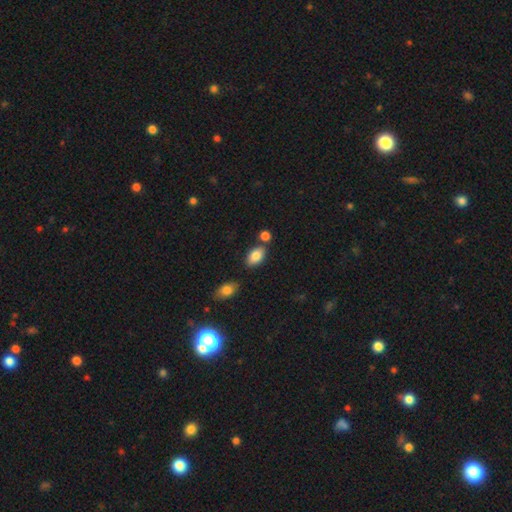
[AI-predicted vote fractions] smooth-or-featured: smooth: 84% | featured or disk: 8% | star or artifact: 7%
  how-rounded: in between: 91% | round: 7% | cigar-shaped: 2%
  merging: none: 72% | merger: 13% | minor disturbance: 12% | major disturbance: 3%